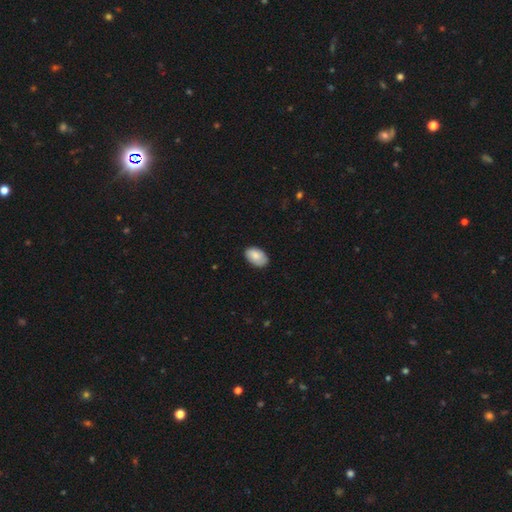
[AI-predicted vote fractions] Morphology: type=smooth (86%); roundness=in between (92%); merging=none (83%).